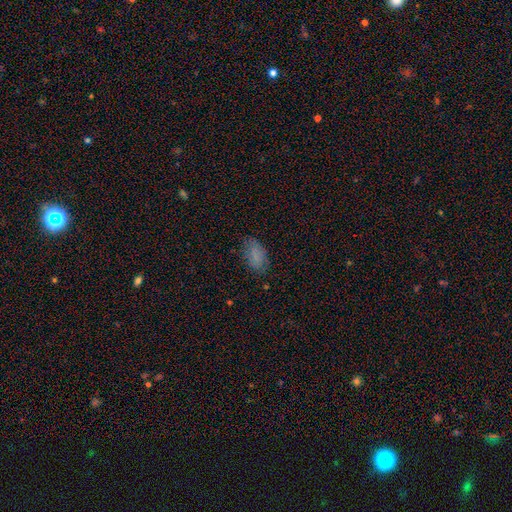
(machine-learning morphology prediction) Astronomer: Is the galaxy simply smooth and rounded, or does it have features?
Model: smooth — 80%.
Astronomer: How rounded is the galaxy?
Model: in between — 93%.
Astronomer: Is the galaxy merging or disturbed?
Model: none — 74%.